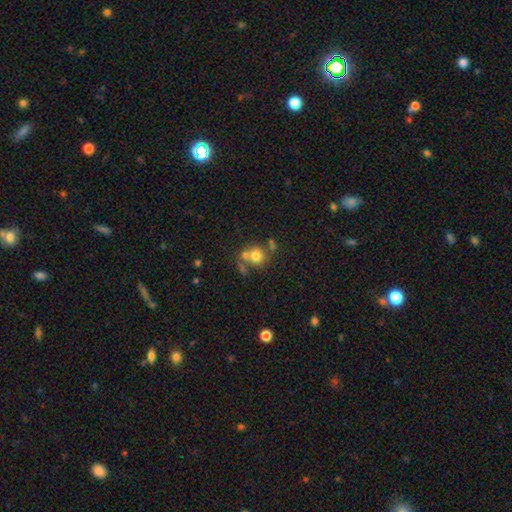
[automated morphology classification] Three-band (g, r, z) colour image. It shows a smooth galaxy with no disk features (69%) that is round (79%). Merging: none (47%).